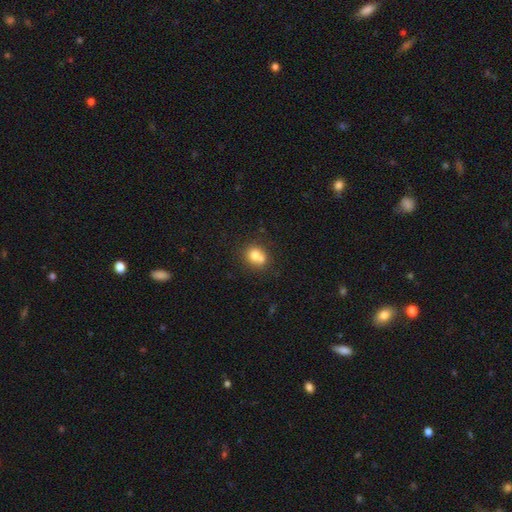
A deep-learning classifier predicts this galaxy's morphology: Smooth or featured? Predicted: smooth (p=0.73). How rounded? Predicted: round (p=0.74). Merging? Predicted: none (p=0.47).